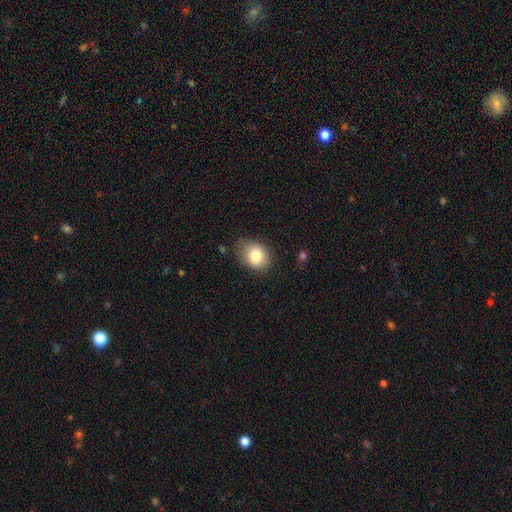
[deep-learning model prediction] This appears to be a smooth galaxy with no disk features (83%) that is in between round and cigar-shaped (50%). Merging: none (75%).